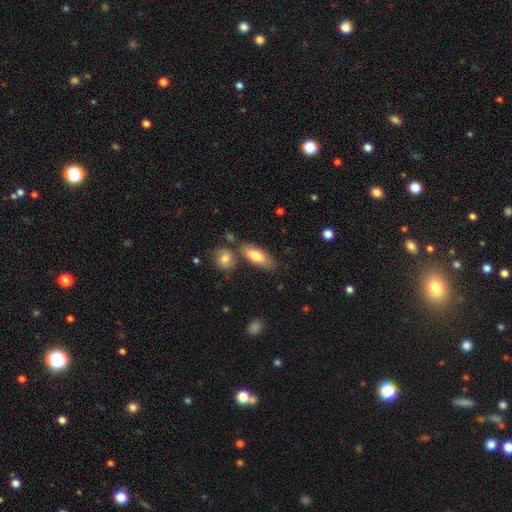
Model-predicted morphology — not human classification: Q: Smooth or featured?
A: smooth (76%); runner-up: featured or disk (18%)
Q: How rounded?
A: in between (81%); runner-up: cigar-shaped (16%)
Q: Merging?
A: none (71%); runner-up: minor disturbance (14%)